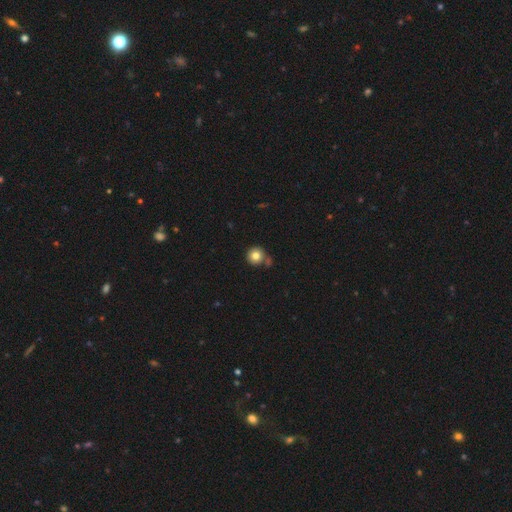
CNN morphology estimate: The model was most divided on "merging": none: 71%, merger: 14%, minor disturbance: 11%, major disturbance: 4%. More confident: how rounded — round (93%); smooth or featured — smooth (81%).